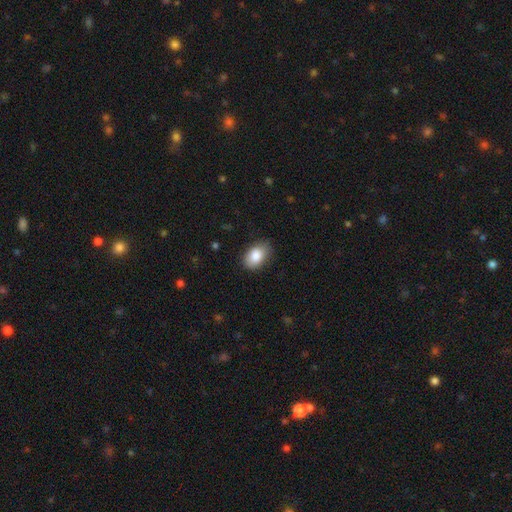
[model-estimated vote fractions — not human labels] Morphology: type=smooth (86%); roundness=in between (88%); merging=none (80%).